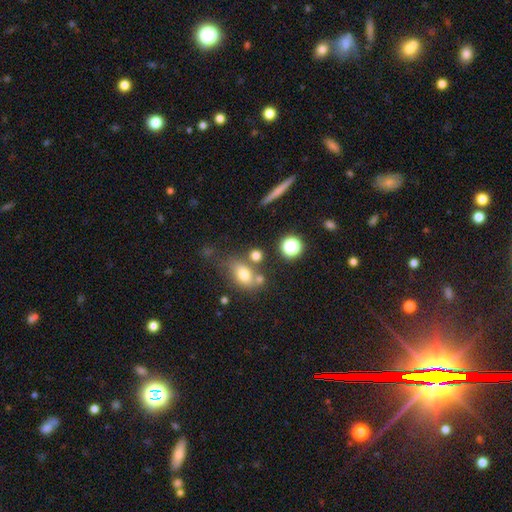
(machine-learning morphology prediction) This appears to be a smooth galaxy with no disk features (72%) that is in between round and cigar-shaped (59%). Merging: none (57%).